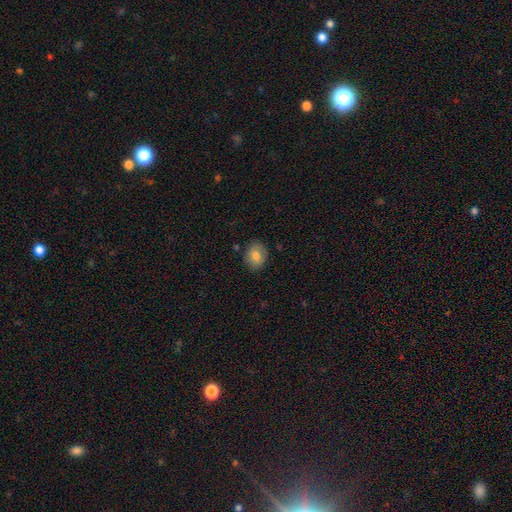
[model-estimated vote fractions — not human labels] smooth 81%, featured or disk 10%, star or artifact 8%. Down the decision tree: how rounded — round (55%); merging — none (86%).